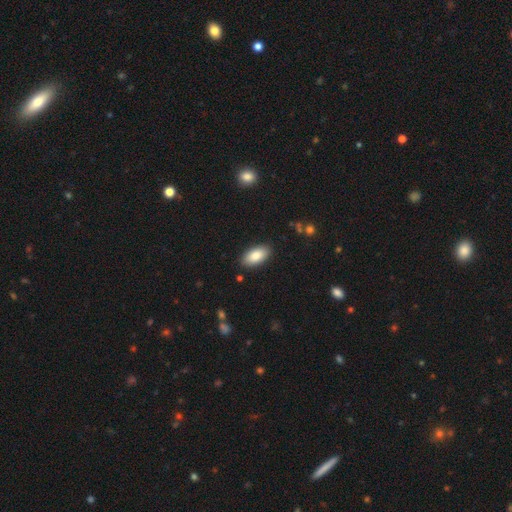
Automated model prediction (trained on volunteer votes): smooth-or-featured: smooth: 85% | featured or disk: 8% | star or artifact: 7%
  how-rounded: in between: 93% | cigar-shaped: 4% | round: 3%
  merging: none: 87% | minor disturbance: 9% | major disturbance: 2% | merger: 1%